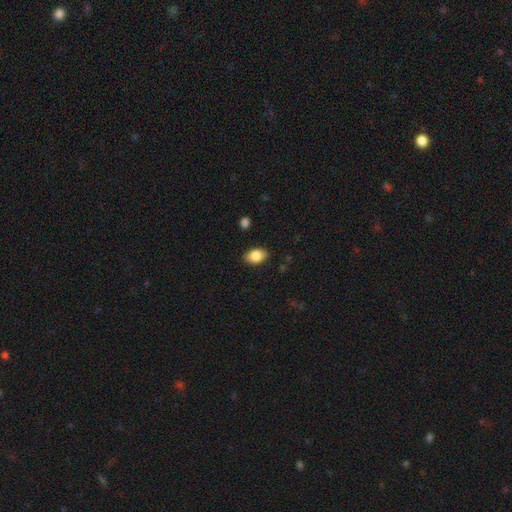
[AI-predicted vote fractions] This is clearly a smooth galaxy (85%). How rounded: clearly in between (88%). Merging: clearly none (88%).